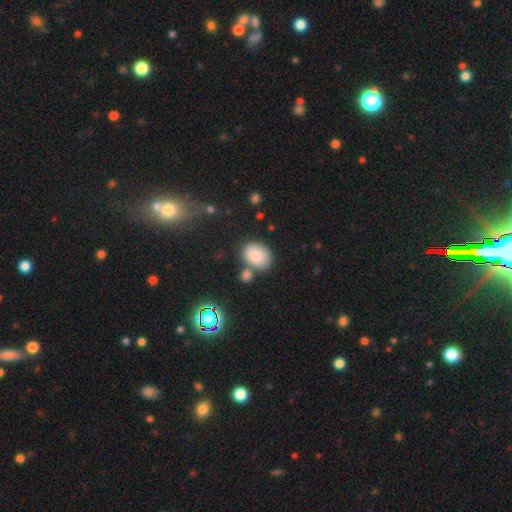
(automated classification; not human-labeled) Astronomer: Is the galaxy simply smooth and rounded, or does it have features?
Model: smooth — 81%.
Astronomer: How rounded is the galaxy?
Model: in between — 71%.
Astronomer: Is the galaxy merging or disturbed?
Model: none — 67%.